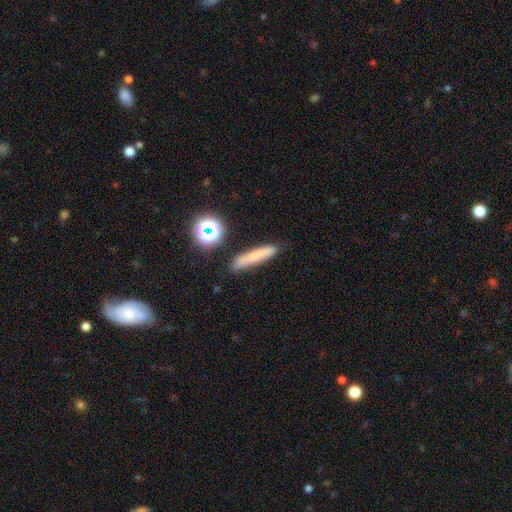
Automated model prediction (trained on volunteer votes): Smooth or featured?
  - smooth: 68% *
  - featured or disk: 18%
  - star or artifact: 13%
How rounded?
  - cigar-shaped: 85% *
  - in between: 9%
  - round: 6%
Merging?
  - none: 84% *
  - minor disturbance: 11%
  - major disturbance: 3%
  - merger: 3%